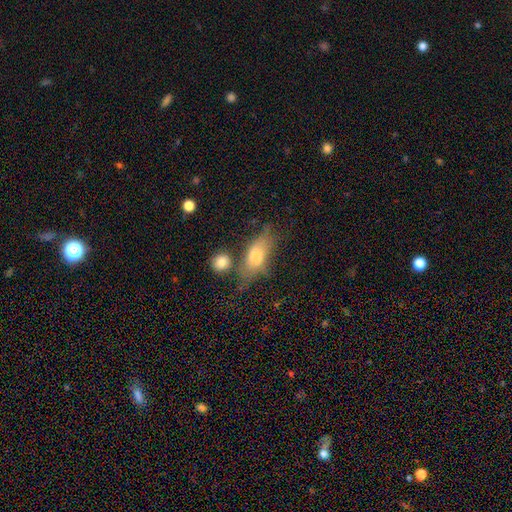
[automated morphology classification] Smooth or featured? smooth (59%)
How rounded? in between (69%)
Merging? none (50%)